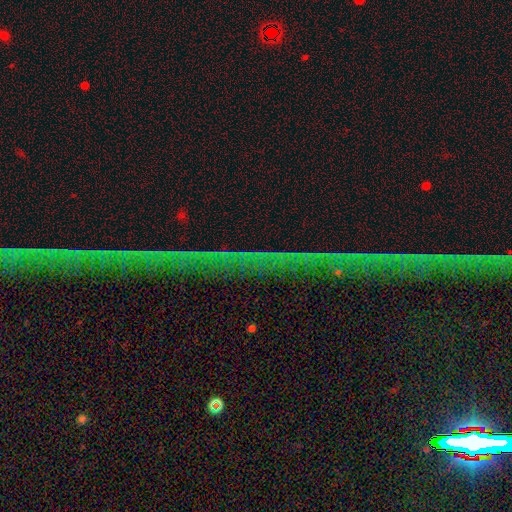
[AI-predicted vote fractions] Smooth or featured?
  - star or artifact: 74% *
  - featured or disk: 14%
  - smooth: 12%